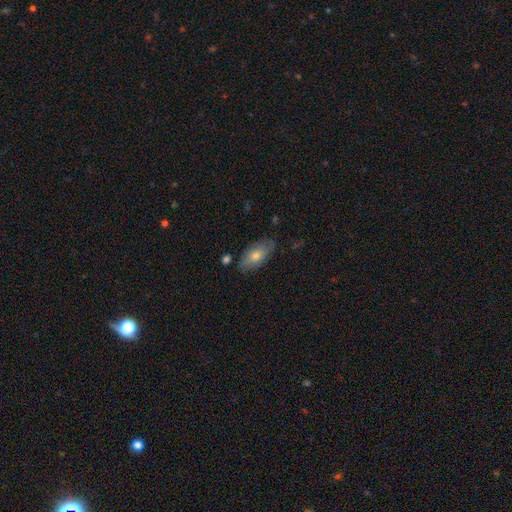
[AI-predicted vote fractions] Q: Smooth or featured?
A: smooth (65%); runner-up: featured or disk (27%)
Q: How rounded?
A: in between (89%); runner-up: cigar-shaped (7%)
Q: Merging?
A: none (78%); runner-up: minor disturbance (16%)